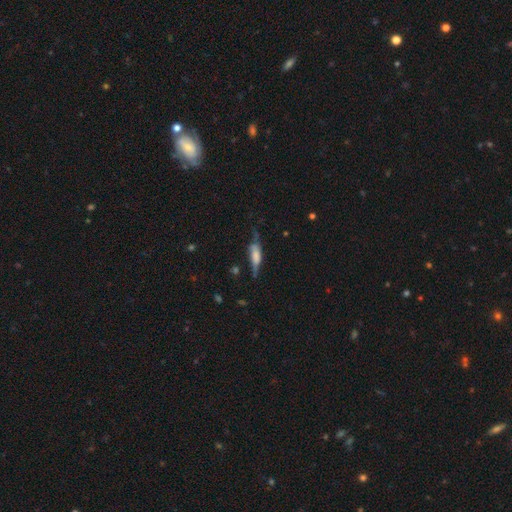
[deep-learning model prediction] This appears to be a smooth galaxy with no disk features (55%) that is in between round and cigar-shaped (51%). Merging: none (45%).